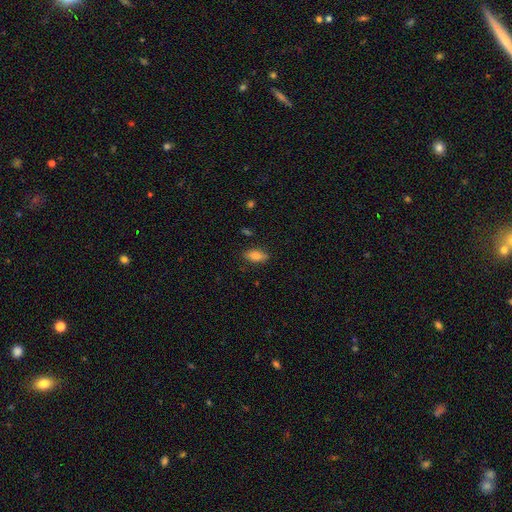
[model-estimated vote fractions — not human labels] smooth 81%, featured or disk 11%, star or artifact 8%. Down the decision tree: how rounded — in between (84%); merging — none (84%).